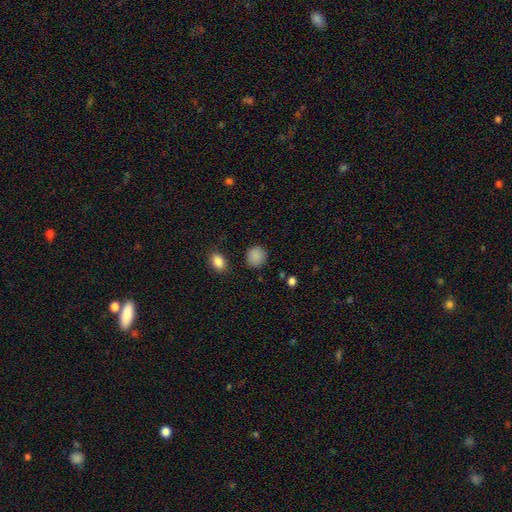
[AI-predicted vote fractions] A smooth galaxy with no disk features (87%) that is round (87%). Merging: none (85%).